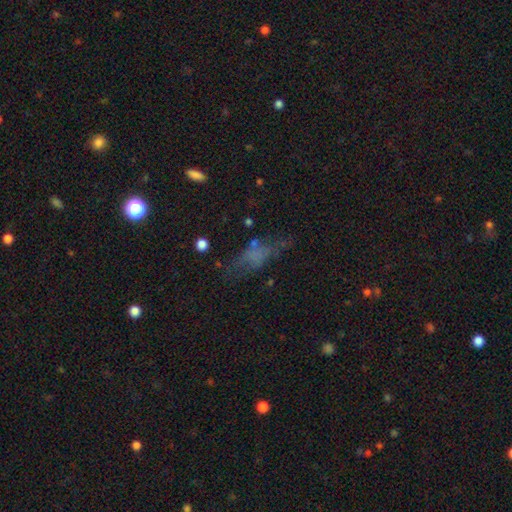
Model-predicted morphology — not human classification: This is possibly a smooth galaxy (46%). Merging: possibly none (51%).